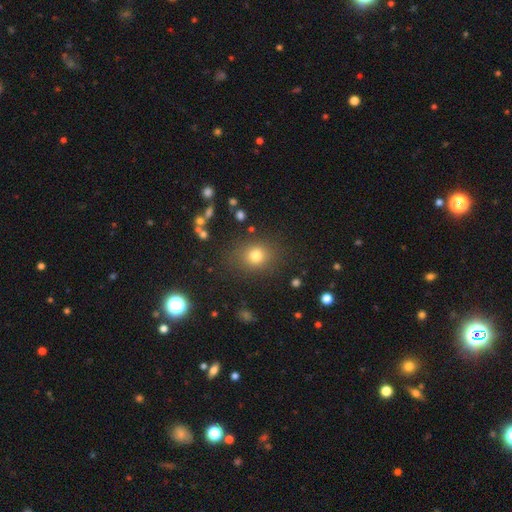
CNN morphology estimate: Smooth or featured: smooth — 77% (star or artifact — 15%)
How rounded: round — 70% (in between — 29%)
Merging: none — 82% (minor disturbance — 11%)